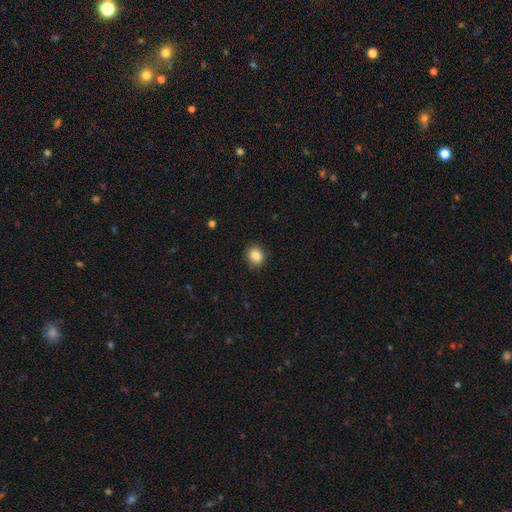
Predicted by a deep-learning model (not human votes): The model was most divided on "how rounded": round: 61%, in between: 38%, cigar-shaped: 1%. More confident: smooth or featured — smooth (85%); merging — none (85%).